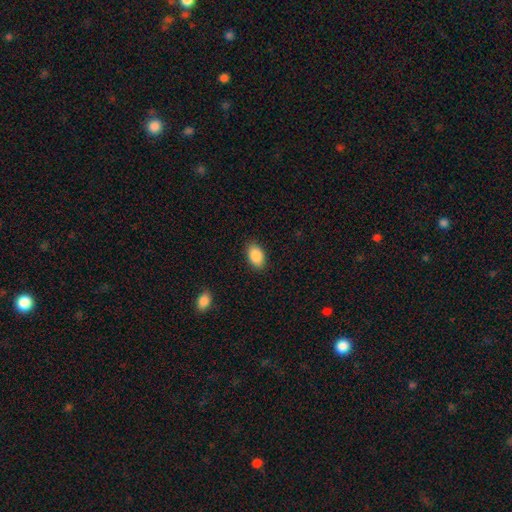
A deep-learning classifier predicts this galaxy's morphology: The model was most divided on "merging": none: 88%, minor disturbance: 8%, major disturbance: 2%, merger: 1%. More confident: how rounded — in between (92%); smooth or featured — smooth (89%).